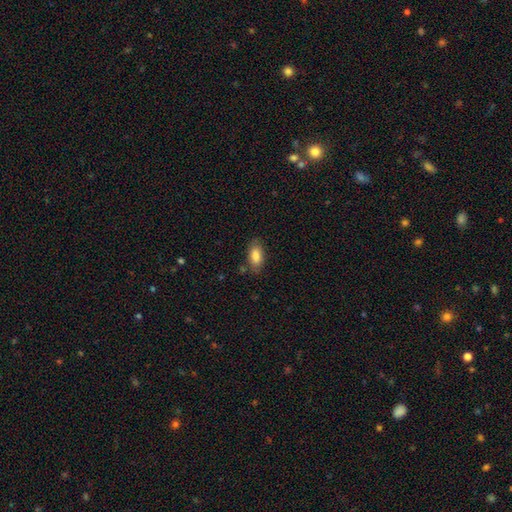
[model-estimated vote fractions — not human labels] smooth 84%, featured or disk 9%, star or artifact 7%. Down the decision tree: how rounded — in between (89%); merging — none (79%).